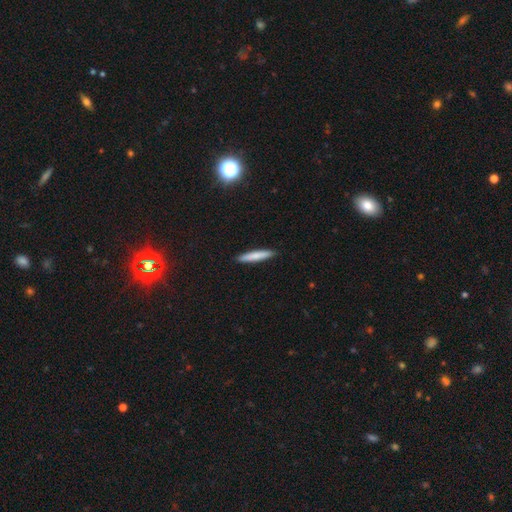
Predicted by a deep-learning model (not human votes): Q: Smooth or featured?
A: smooth (74%); runner-up: featured or disk (20%)
Q: How rounded?
A: cigar-shaped (91%); runner-up: in between (8%)
Q: Merging?
A: none (91%); runner-up: minor disturbance (7%)